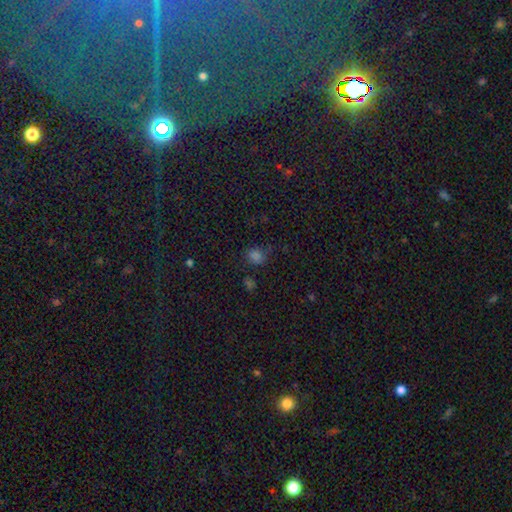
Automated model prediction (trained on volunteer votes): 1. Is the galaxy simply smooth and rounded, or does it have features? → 68% smooth, 27% star or artifact, 5% featured or disk.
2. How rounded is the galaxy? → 54% round, 44% in between, 1% cigar-shaped.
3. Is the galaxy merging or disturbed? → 66% none, 21% minor disturbance, 8% major disturbance, 5% merger.